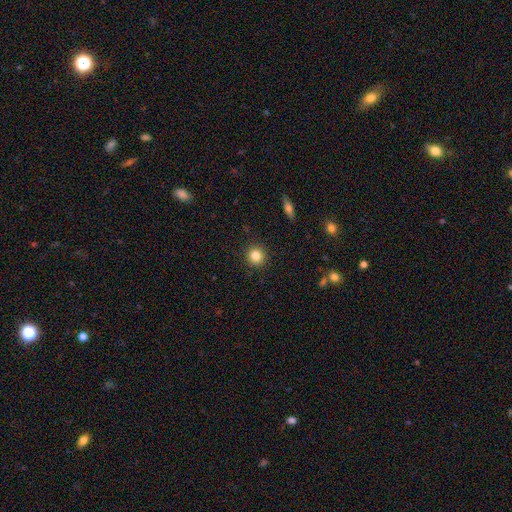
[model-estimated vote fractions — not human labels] smooth-or-featured: smooth: 83% | star or artifact: 11% | featured or disk: 6%
  how-rounded: round: 93% | in between: 6% | cigar-shaped: 1%
  merging: none: 92% | minor disturbance: 5% | major disturbance: 2% | merger: 1%